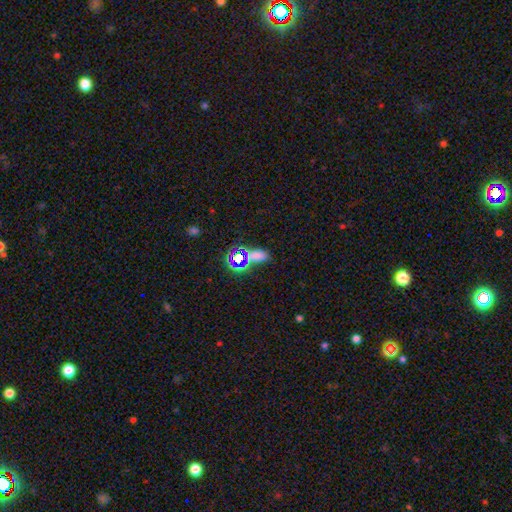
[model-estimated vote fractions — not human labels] The model was most divided on "smooth or featured": smooth: 53%, star or artifact: 37%, featured or disk: 10%. More confident: how rounded — in between (77%); merging — none (50%).